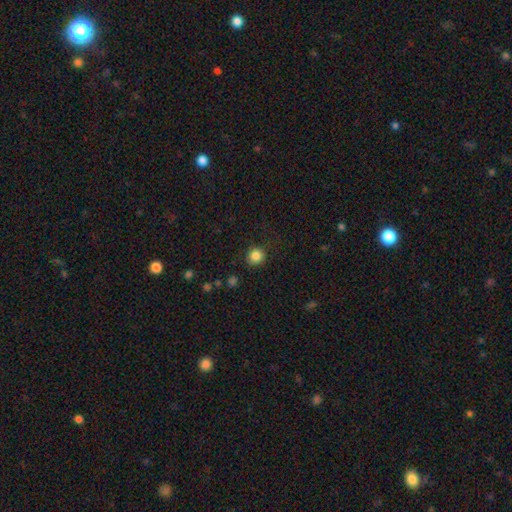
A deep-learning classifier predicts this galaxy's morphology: smooth 85%, star or artifact 11%, featured or disk 4%. Down the decision tree: how rounded — round (90%); merging — none (86%).